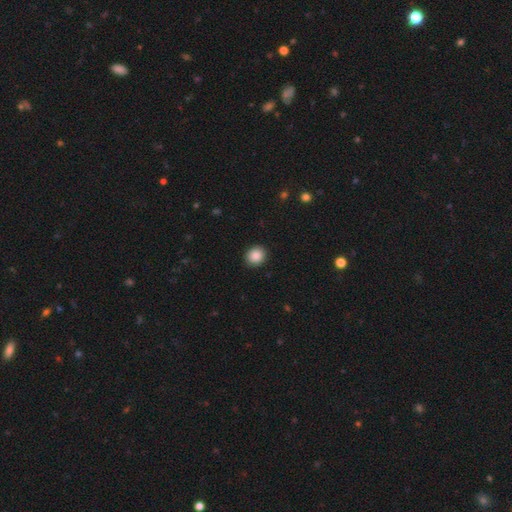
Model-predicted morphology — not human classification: smooth-or-featured: smooth: 88% | star or artifact: 9% | featured or disk: 3%
  how-rounded: round: 74% | in between: 26% | cigar-shaped: 1%
  merging: none: 91% | minor disturbance: 7% | major disturbance: 2% | merger: 1%